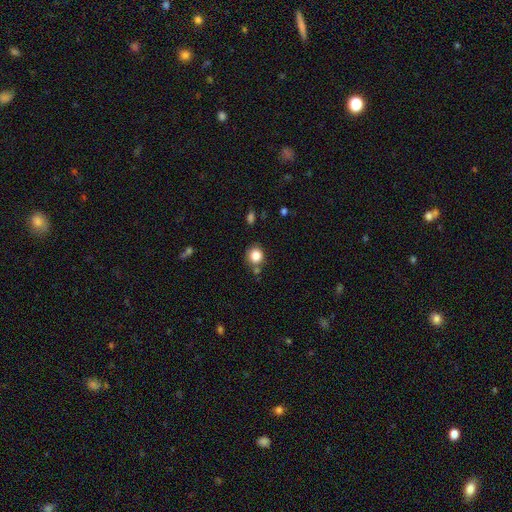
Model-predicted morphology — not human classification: smooth-or-featured: smooth: 85% | star or artifact: 10% | featured or disk: 5%
  how-rounded: round: 85% | in between: 14% | cigar-shaped: 1%
  merging: none: 71% | minor disturbance: 14% | merger: 11% | major disturbance: 4%